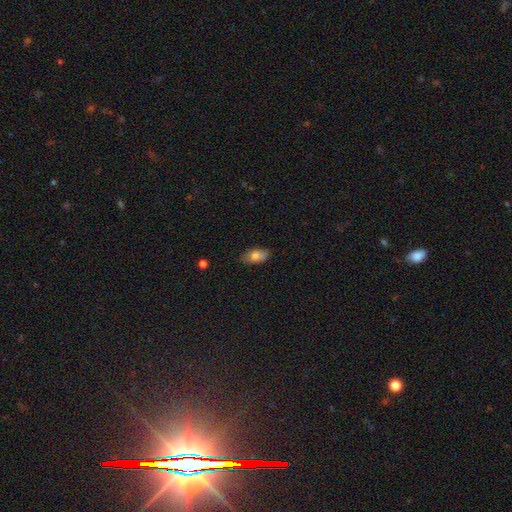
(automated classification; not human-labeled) Morphology: type=smooth (78%); roundness=in between (90%); merging=none (81%).